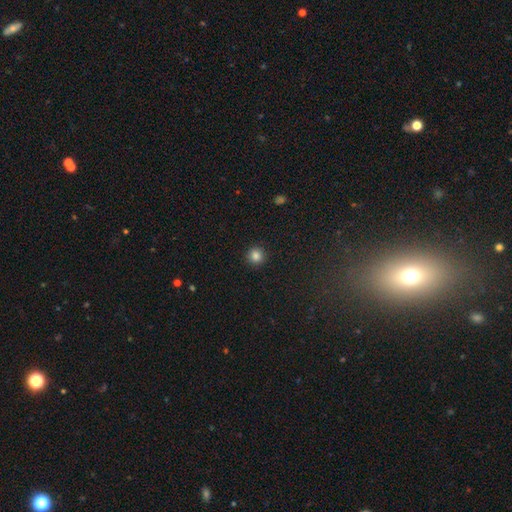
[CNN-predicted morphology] This appears to be a smooth galaxy with no disk features (84%) that is round (94%). Merging: none (93%).